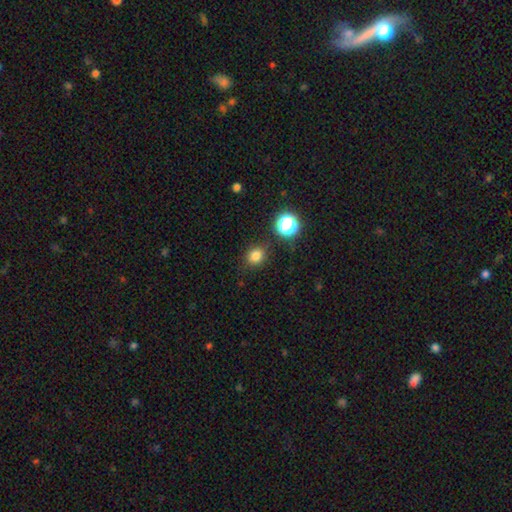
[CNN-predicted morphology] Q: Smooth or featured?
A: smooth (79%); runner-up: star or artifact (16%)
Q: How rounded?
A: round (74%); runner-up: in between (25%)
Q: Merging?
A: none (83%); runner-up: minor disturbance (11%)